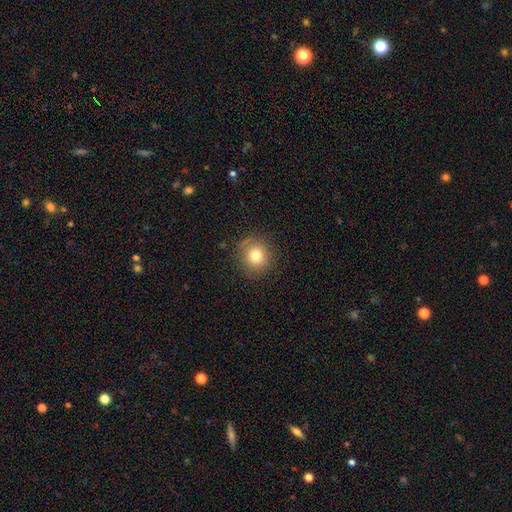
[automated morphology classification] This is likely a smooth galaxy (77%). How rounded: clearly round (88%). Merging: clearly none (84%).